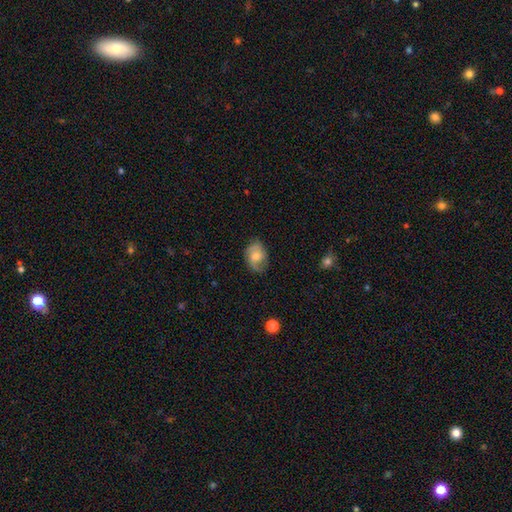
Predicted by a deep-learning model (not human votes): A featured or disk galaxy (47%). Merging: none (71%).